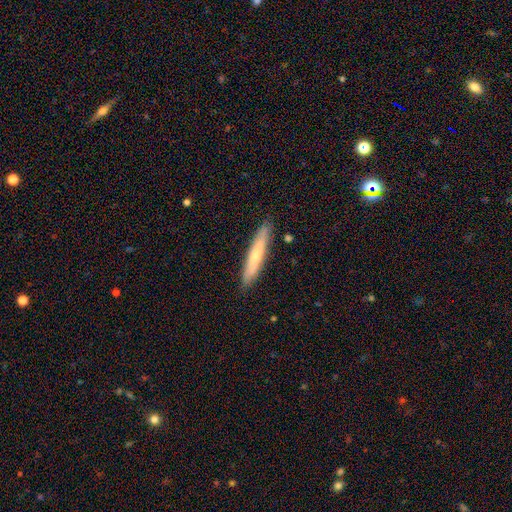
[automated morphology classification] type=smooth (59%); roundness=cigar-shaped (93%); merging=none (89%).